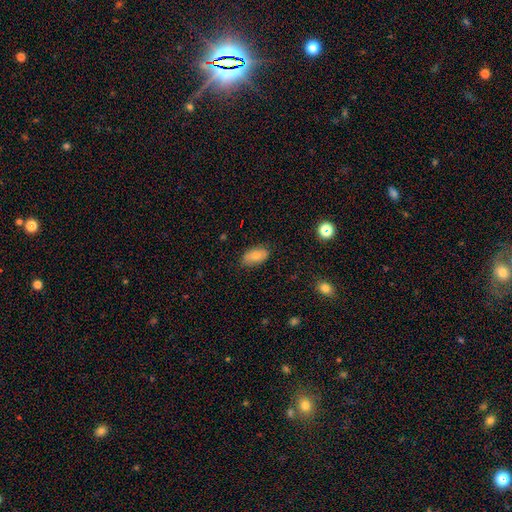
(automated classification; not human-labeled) smooth_or_featured: smooth (p=0.75) [alt: featured or disk p=0.17]
how_rounded: in between (p=0.93) [alt: round p=0.04]
merging: none (p=0.82) [alt: minor disturbance p=0.15]